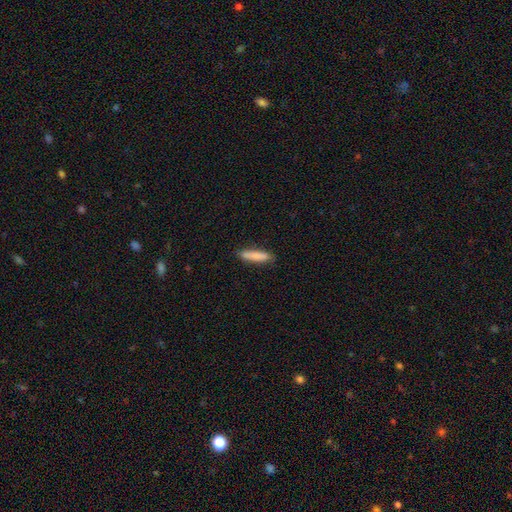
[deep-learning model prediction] Smooth or featured: smooth — 86% (featured or disk — 8%)
How rounded: cigar-shaped — 84% (in between — 15%)
Merging: none — 86% (minor disturbance — 11%)